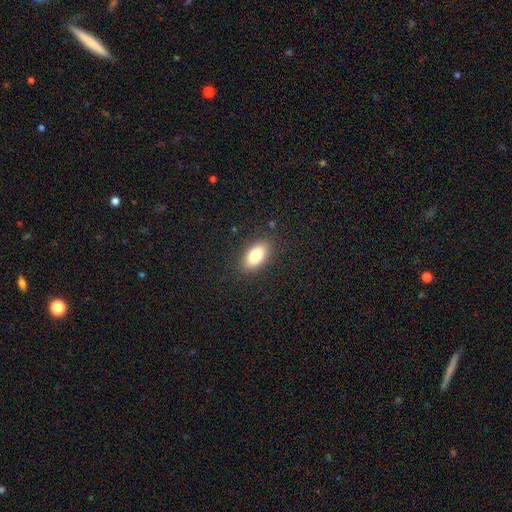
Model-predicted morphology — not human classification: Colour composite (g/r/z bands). It shows a smooth galaxy with no disk features (82%) that is in between round and cigar-shaped (92%). Merging: none (87%).